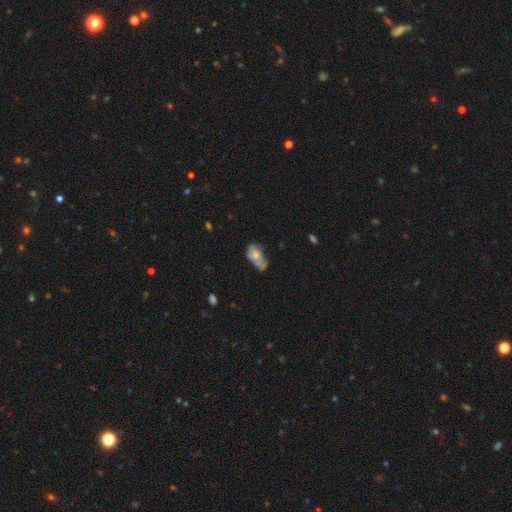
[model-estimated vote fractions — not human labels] smooth_or_featured: smooth (p=0.56) [alt: featured or disk p=0.35]
how_rounded: in between (p=0.87) [alt: round p=0.10]
merging: none (p=0.30) [alt: minor disturbance p=0.28]